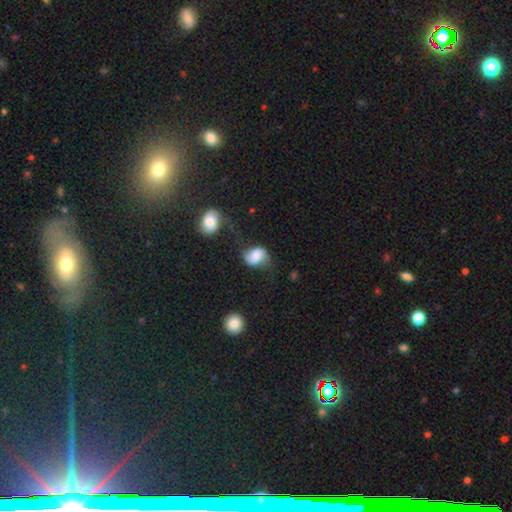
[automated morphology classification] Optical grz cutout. It shows a featured or disk galaxy (49%). Merging: none (49%).